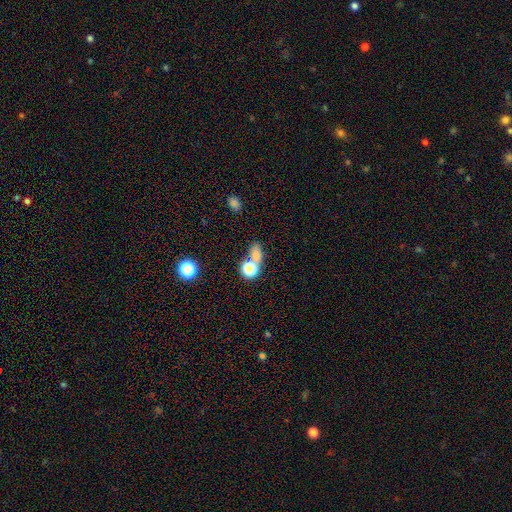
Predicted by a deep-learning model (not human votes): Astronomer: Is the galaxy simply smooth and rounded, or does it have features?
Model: smooth — 69%.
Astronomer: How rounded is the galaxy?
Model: round — 49% (runner-up: in between, 46%).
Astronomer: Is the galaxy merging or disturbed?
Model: merger — 43% (runner-up: none, 41%).